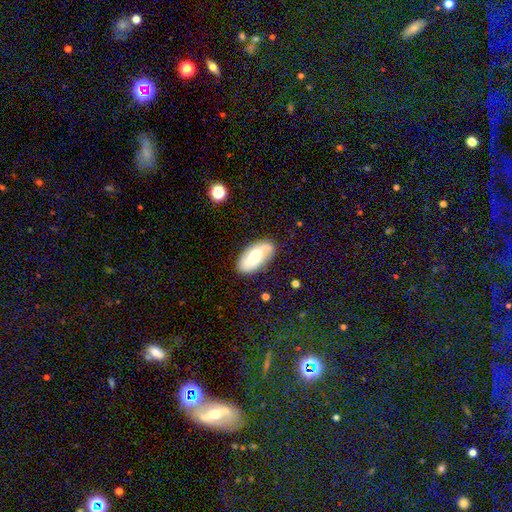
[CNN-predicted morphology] Smooth or featured?
  - featured or disk: 50% *
  - smooth: 43%
  - star or artifact: 7%
Edge-on disk?
  - no: 91% *
  - yes: 9%
Merging?
  - none: 79% *
  - minor disturbance: 15%
  - major disturbance: 5%
  - merger: 2%